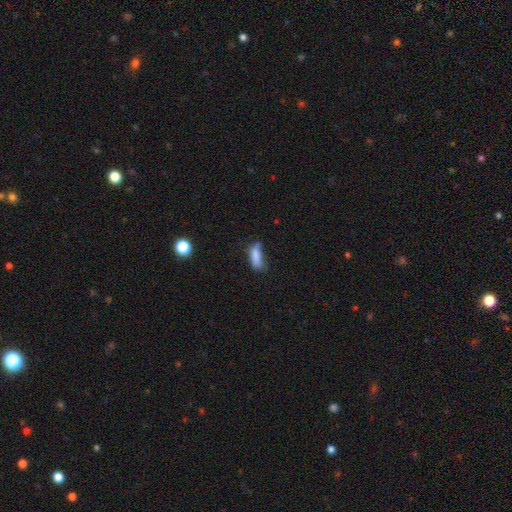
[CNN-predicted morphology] This appears to be a smooth galaxy with no disk features (79%) that is in between round and cigar-shaped (64%). Merging: none (39%).